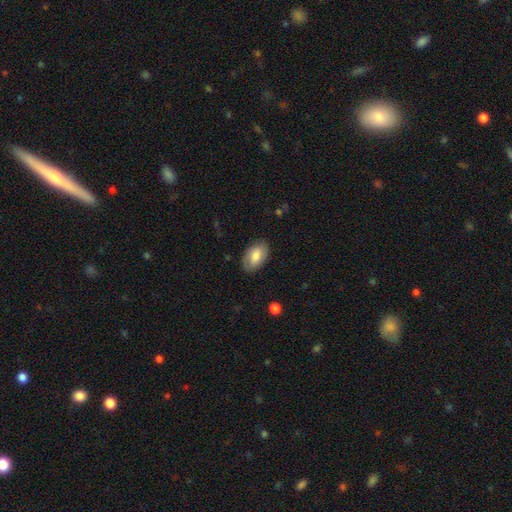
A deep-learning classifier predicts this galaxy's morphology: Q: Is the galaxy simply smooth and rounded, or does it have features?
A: smooth — 71%.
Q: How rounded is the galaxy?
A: in between — 93%.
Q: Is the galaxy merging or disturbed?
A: none — 83%.